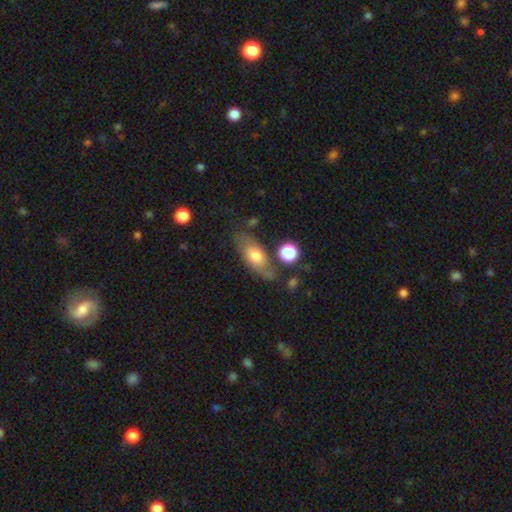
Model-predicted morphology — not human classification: This appears to be a smooth galaxy with no disk features (57%) that is in between round and cigar-shaped (79%). Merging: none (63%).